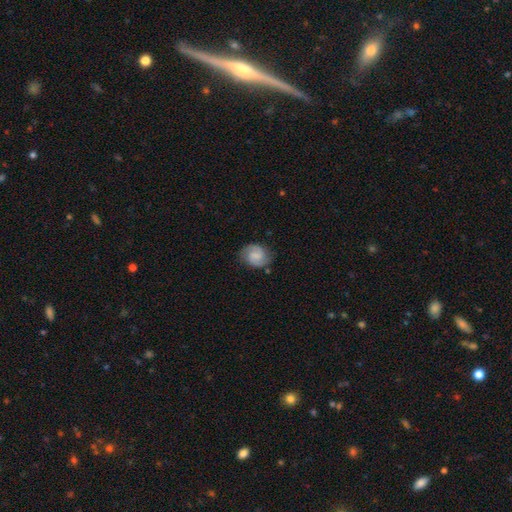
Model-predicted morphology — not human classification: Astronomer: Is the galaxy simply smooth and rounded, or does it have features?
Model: featured or disk — 74%.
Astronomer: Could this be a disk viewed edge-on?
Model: no — 98%.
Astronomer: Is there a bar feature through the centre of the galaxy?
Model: weak — 53% (runner-up: no, 31%).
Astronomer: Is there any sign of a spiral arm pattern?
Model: yes — 96%.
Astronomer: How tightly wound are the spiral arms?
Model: medium — 50% (runner-up: tight, 35%).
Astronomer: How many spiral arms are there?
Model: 2 — 91%.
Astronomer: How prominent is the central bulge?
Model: none — 40% (runner-up: small, 33%).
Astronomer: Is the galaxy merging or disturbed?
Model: none — 81%.